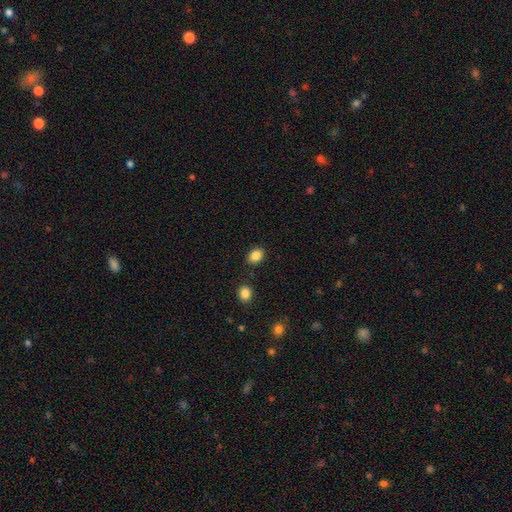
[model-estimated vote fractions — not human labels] smooth-or-featured: smooth: 86% | star or artifact: 9% | featured or disk: 5%
  how-rounded: in between: 61% | round: 38% | cigar-shaped: 1%
  merging: none: 83% | minor disturbance: 11% | merger: 4% | major disturbance: 3%